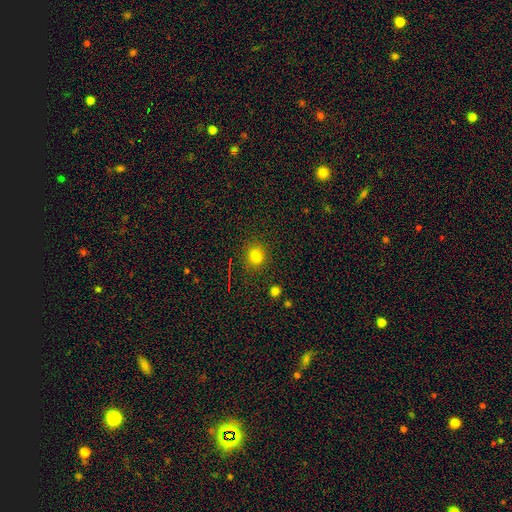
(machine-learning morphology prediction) smooth_or_featured: smooth (p=0.77) [alt: star or artifact p=0.16]
how_rounded: round (p=0.59) [alt: in between p=0.40]
merging: none (p=0.83) [alt: minor disturbance p=0.10]